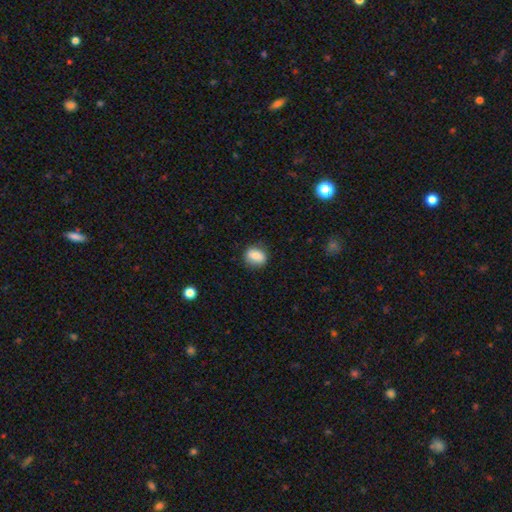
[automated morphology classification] Smooth or featured? smooth (83%)
How rounded? round (49%, tied with in between)
Merging? none (82%)